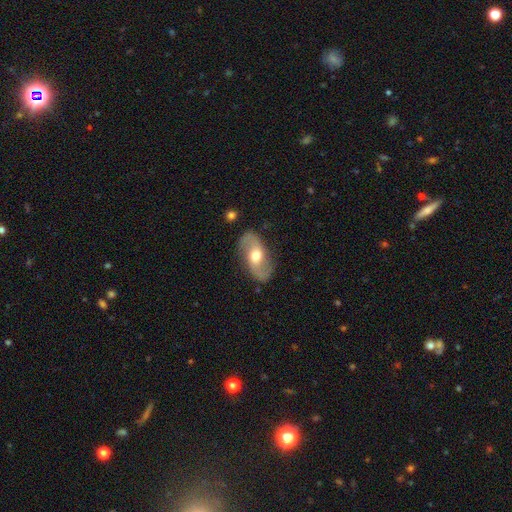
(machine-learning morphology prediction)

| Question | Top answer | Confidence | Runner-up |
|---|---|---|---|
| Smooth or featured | featured or disk | 78% | smooth (17%) |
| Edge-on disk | no | 95% | yes (5%) |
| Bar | no | 48% | weak (39%) |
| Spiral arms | yes | 90% | no (10%) |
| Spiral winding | loose | 58% | medium (32%) |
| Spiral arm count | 2 | 92% | can't tell (3%) |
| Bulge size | moderate | 74% | large (13%) |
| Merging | none | 82% | minor disturbance (12%) |